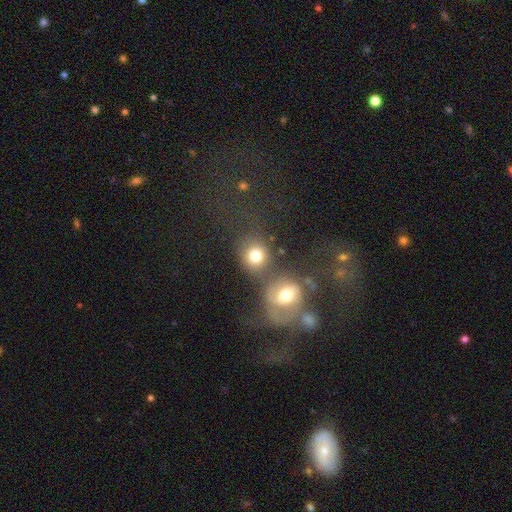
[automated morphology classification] Smooth or featured? smooth (76%)
How rounded? round (78%)
Merging? none (43%)